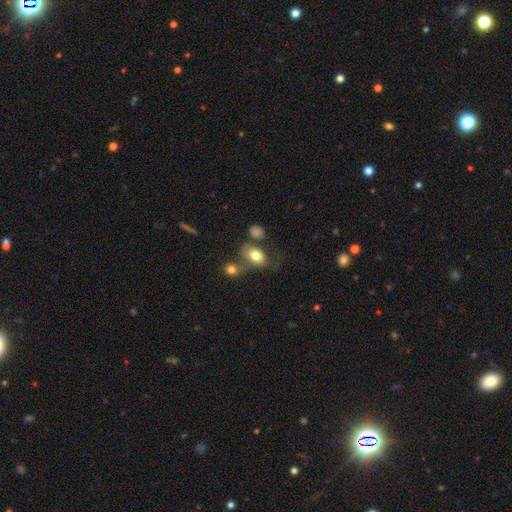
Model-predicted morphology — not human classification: Overall: smooth (77%). How rounded: in between (74%). Merging: none (39%; merger 31%).